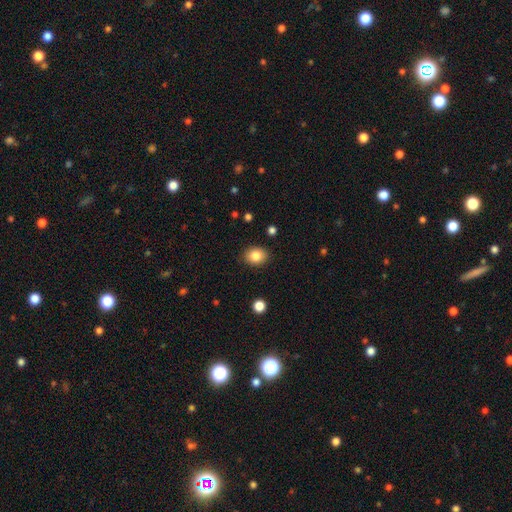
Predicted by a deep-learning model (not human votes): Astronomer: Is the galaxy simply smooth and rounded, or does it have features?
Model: smooth — 84%.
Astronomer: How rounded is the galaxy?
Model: in between — 56% (runner-up: round, 44%).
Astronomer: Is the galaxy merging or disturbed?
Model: none — 88%.